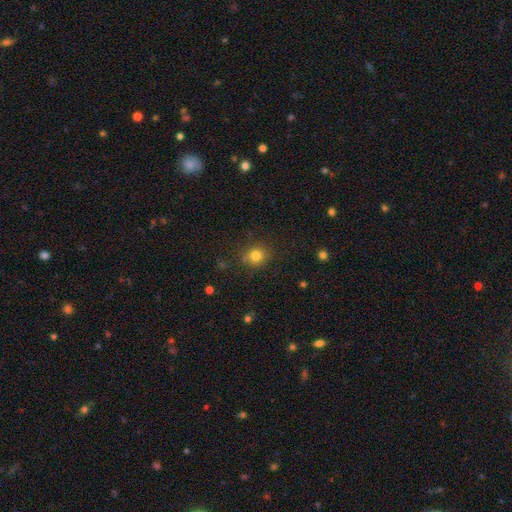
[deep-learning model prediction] smooth-or-featured: smooth: 80% | star or artifact: 13% | featured or disk: 7%
  how-rounded: round: 83% | in between: 16% | cigar-shaped: 1%
  merging: none: 83% | minor disturbance: 11% | major disturbance: 3% | merger: 3%